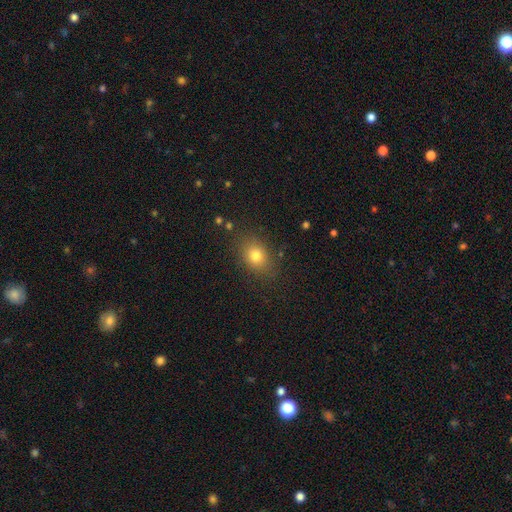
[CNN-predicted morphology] smooth 78%, star or artifact 12%, featured or disk 10%. Down the decision tree: how rounded — in between (61%); merging — none (82%).